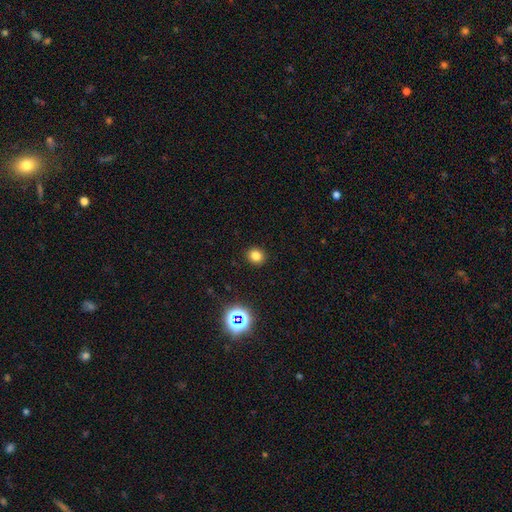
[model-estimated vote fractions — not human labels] Smooth or featured?
  - smooth: 79% *
  - star or artifact: 16%
  - featured or disk: 5%
How rounded?
  - round: 77% *
  - in between: 22%
  - cigar-shaped: 1%
Merging?
  - none: 91% *
  - minor disturbance: 6%
  - major disturbance: 2%
  - merger: 1%